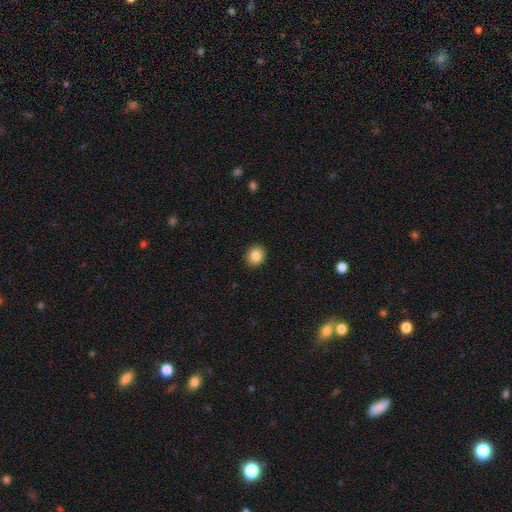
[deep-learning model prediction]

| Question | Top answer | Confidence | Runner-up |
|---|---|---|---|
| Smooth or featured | smooth | 85% | star or artifact (9%) |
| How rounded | round | 74% | in between (25%) |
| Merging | none | 92% | minor disturbance (6%) |